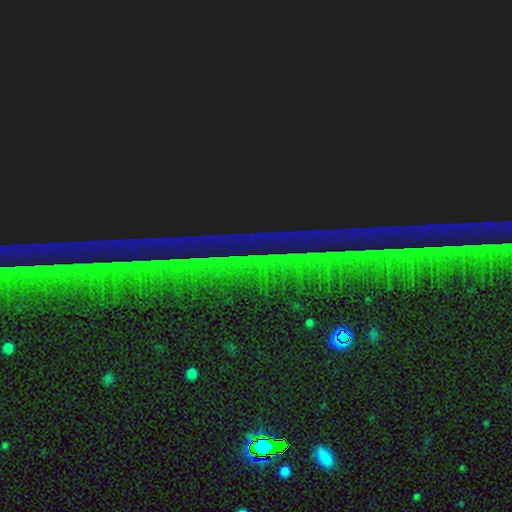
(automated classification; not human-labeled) The model was most divided on "smooth or featured": star or artifact: 88%, featured or disk: 6%, smooth: 5%.